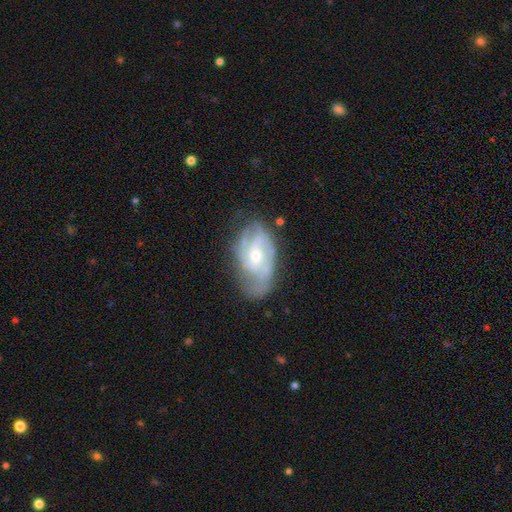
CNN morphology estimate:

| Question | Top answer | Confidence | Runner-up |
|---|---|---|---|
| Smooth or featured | featured or disk | 80% | smooth (14%) |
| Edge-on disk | no | 96% | yes (4%) |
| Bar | no | 58% | weak (35%) |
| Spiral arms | yes | 92% | no (8%) |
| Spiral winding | tight | 45% | medium (41%) |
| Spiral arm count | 2 | 37% | can't tell (28%) |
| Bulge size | small | 48% | moderate (47%) |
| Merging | none | 61% | minor disturbance (25%) |